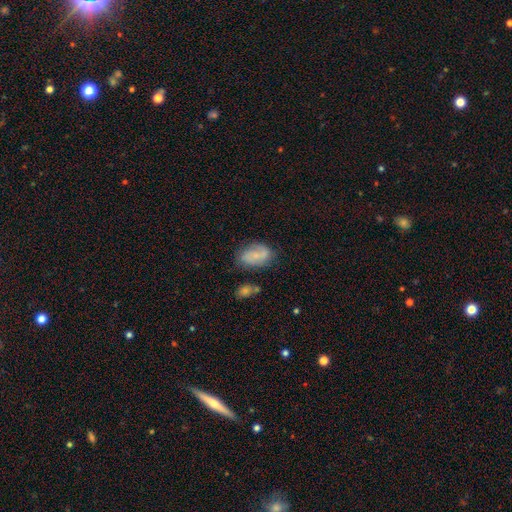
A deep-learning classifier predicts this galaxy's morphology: A smooth galaxy with no disk features (54%) that is in between round and cigar-shaped (88%). Merging: none (64%).